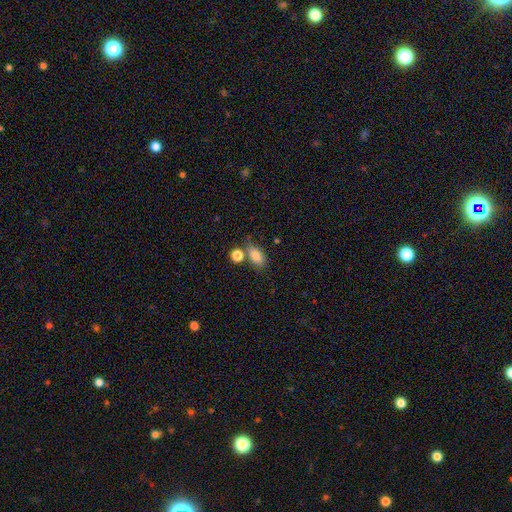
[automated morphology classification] smooth-or-featured: smooth: 84% | star or artifact: 9% | featured or disk: 7%
  how-rounded: in between: 86% | round: 10% | cigar-shaped: 3%
  merging: none: 59% | merger: 20% | minor disturbance: 15% | major disturbance: 5%